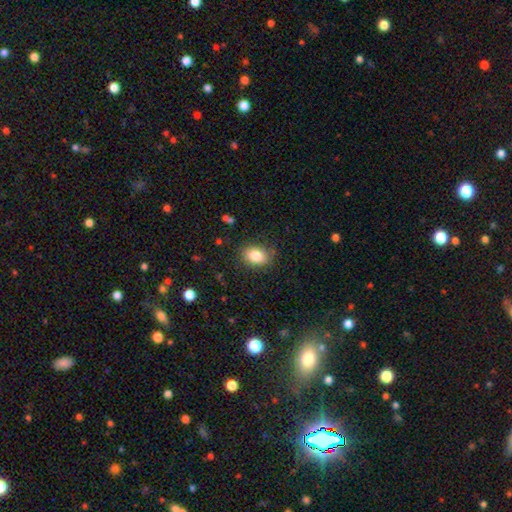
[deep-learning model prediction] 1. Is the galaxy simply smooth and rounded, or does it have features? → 84% smooth, 9% star or artifact, 8% featured or disk.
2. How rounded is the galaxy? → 70% in between, 29% round, 1% cigar-shaped.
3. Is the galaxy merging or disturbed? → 83% none, 12% minor disturbance, 4% major disturbance, 1% merger.